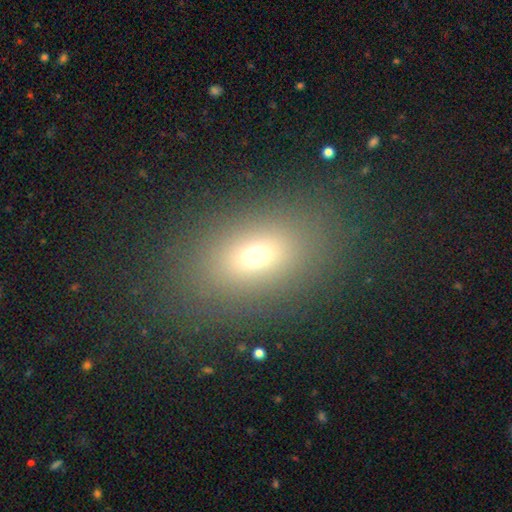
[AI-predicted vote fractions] Overall: smooth (66%). How rounded: in between (76%). Merging: none (84%).